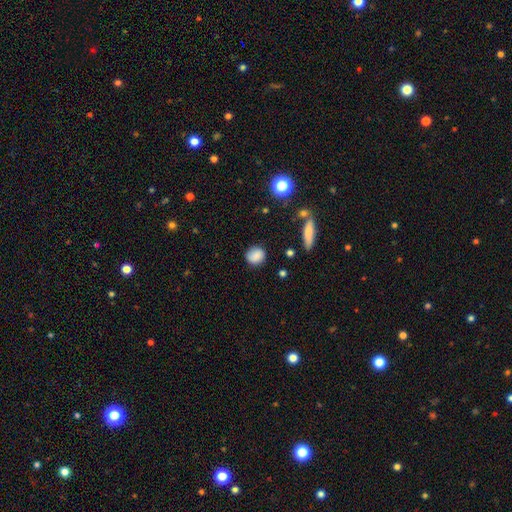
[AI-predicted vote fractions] This is clearly a smooth galaxy (85%). How rounded: likely round (73%). Merging: clearly none (82%).